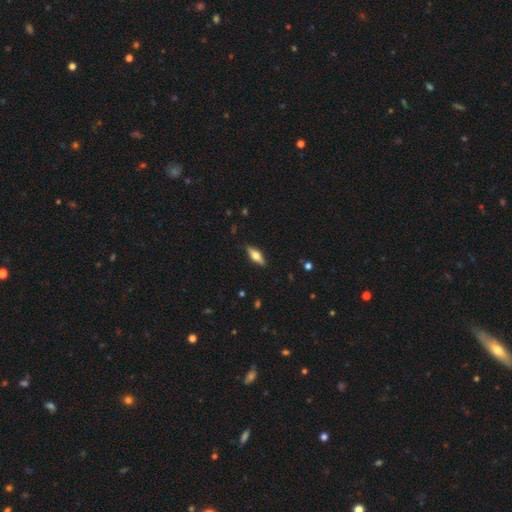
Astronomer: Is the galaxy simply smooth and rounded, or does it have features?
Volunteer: featured or disk — 62%.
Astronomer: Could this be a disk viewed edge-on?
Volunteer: yes — 88%.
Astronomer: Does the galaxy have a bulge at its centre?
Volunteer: rounded — 95%.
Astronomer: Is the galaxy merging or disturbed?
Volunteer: none — 79%.